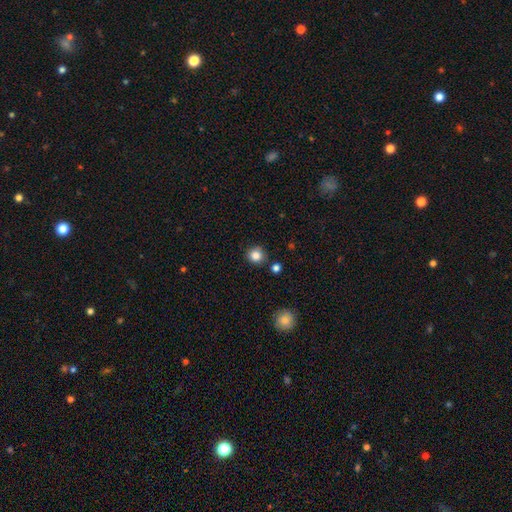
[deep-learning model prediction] Smooth or featured? smooth (84%)
How rounded? round (91%)
Merging? none (86%)